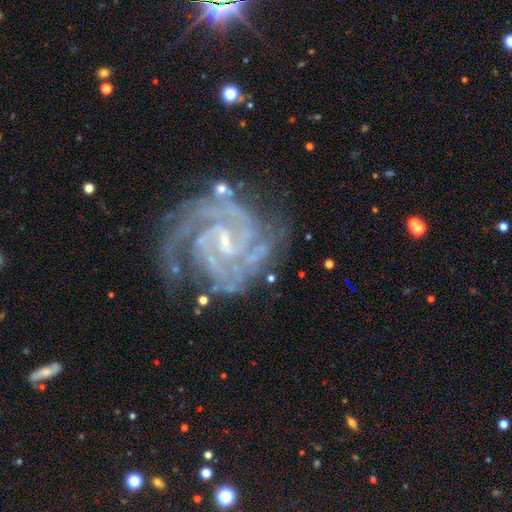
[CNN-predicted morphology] This is clearly a featured or disk galaxy (92%). It is clearly not viewed edge-on (98%). Bar: possibly weak (55%). Spiral arm pattern: clearly yes (98%). Spiral arm count: marginally 2 (37%). Spiral winding: possibly tight (60%). Central bulge: likely small (70%). Merging: likely none (67%).